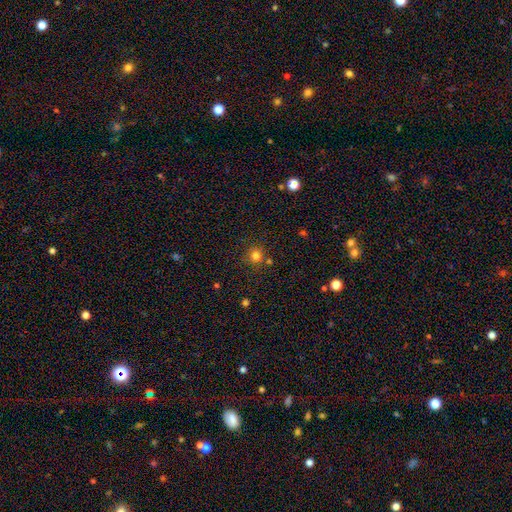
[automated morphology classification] This is likely a smooth galaxy (79%). How rounded: clearly round (91%). Merging: likely none (79%).